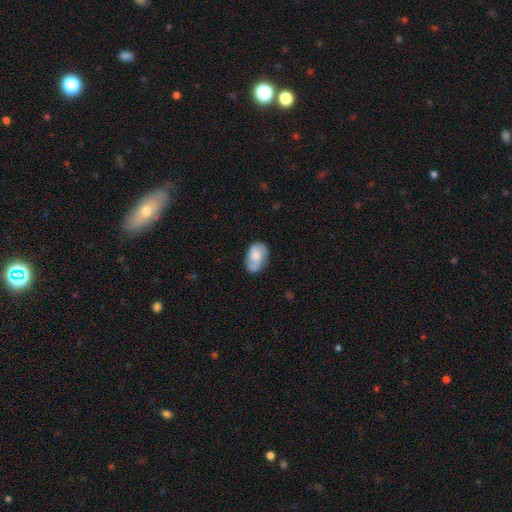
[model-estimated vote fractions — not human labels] Smooth or featured?
  - smooth: 47% *
  - featured or disk: 46%
  - star or artifact: 7%
Merging?
  - none: 69% *
  - minor disturbance: 23%
  - major disturbance: 6%
  - merger: 2%